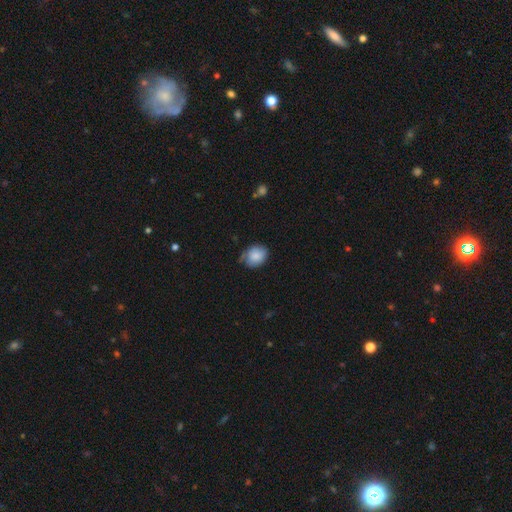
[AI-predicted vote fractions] Morphology: type=smooth (83%); roundness=in between (54%); merging=none (62%).